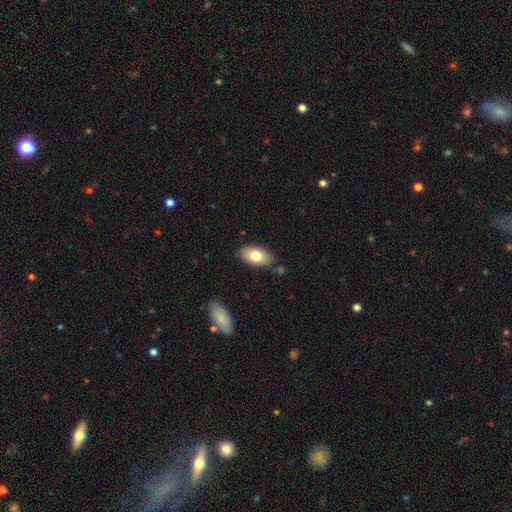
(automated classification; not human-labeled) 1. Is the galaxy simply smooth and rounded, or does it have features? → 78% smooth, 15% featured or disk, 7% star or artifact.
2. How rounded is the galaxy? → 93% in between, 5% round, 2% cigar-shaped.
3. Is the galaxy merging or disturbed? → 82% none, 13% minor disturbance, 3% merger, 3% major disturbance.